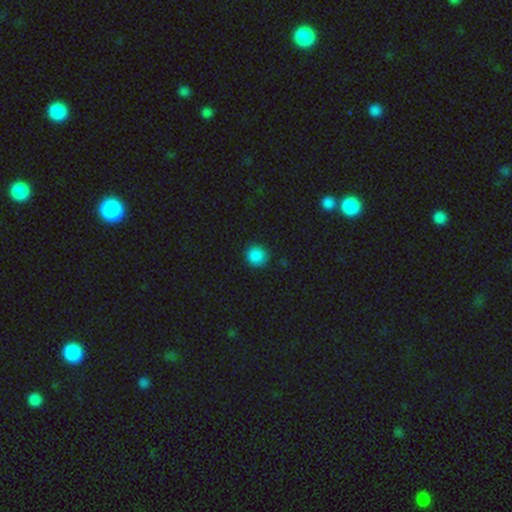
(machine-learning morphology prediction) Smooth or featured? smooth (87%)
How rounded? round (93%)
Merging? none (90%)